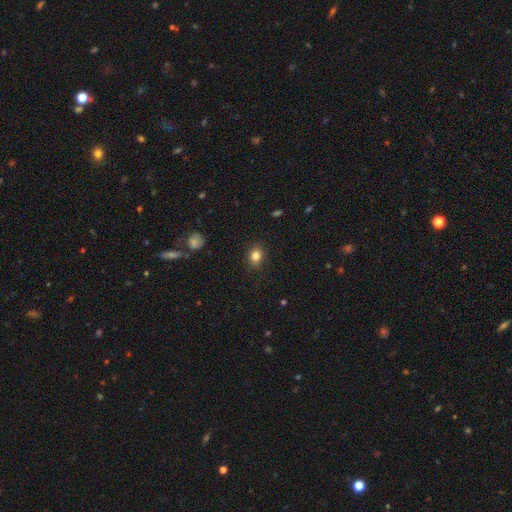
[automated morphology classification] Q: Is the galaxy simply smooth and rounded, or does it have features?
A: smooth — 83%.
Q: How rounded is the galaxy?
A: round — 50%.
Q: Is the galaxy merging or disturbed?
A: none — 88%.